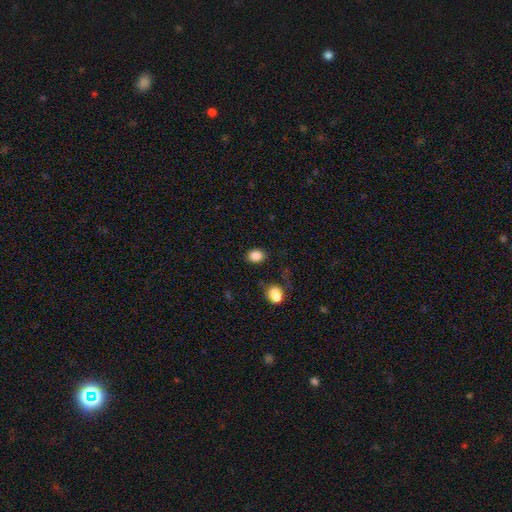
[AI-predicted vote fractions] smooth_or_featured: smooth (p=0.86) [alt: star or artifact p=0.10]
how_rounded: in between (p=0.56) [alt: round p=0.43]
merging: none (p=0.83) [alt: minor disturbance p=0.11]